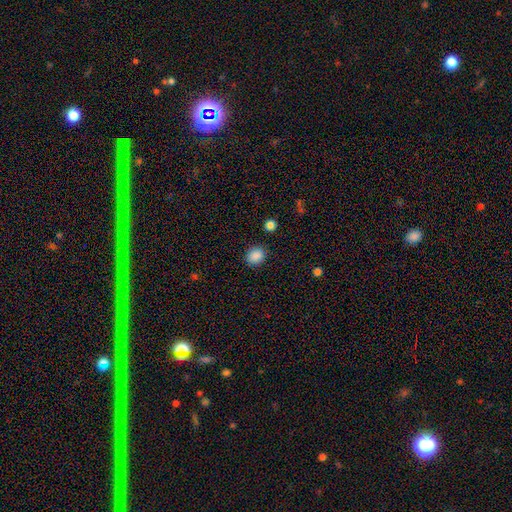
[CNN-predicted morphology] Smooth or featured? smooth (88%)
How rounded? round (65%)
Merging? none (86%)